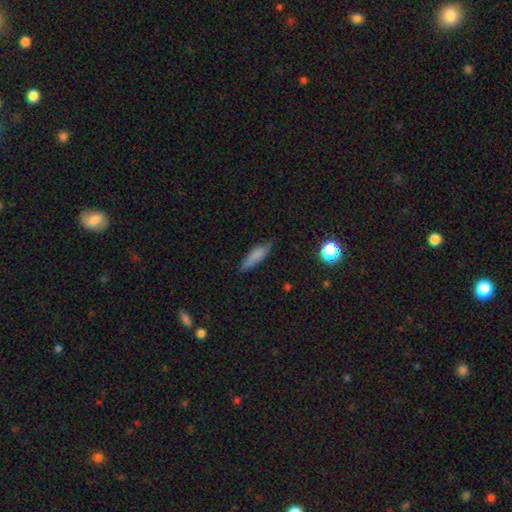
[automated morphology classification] A smooth galaxy with no disk features (76%) that is cigar-shaped (70%).

Vote fractions:
- Smooth or featured? smooth: 76% / featured or disk: 16% / star or artifact: 8%
- How rounded? cigar-shaped: 70% / in between: 28% / round: 2%
- Merging? none: 79% / minor disturbance: 17% / major disturbance: 3% / merger: 1%